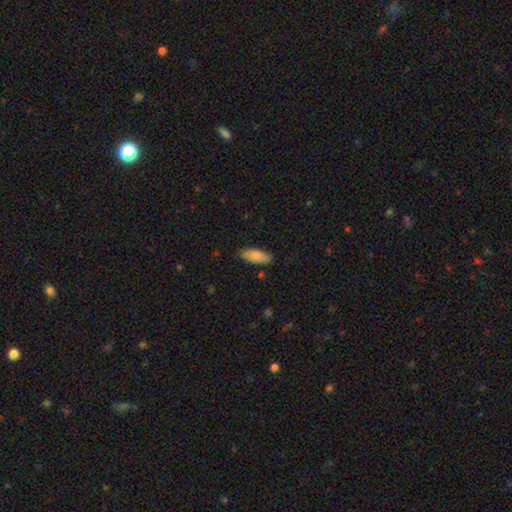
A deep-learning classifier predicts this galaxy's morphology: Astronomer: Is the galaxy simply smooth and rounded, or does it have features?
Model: smooth — 85%.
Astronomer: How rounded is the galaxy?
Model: in between — 75%.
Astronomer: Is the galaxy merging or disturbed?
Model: none — 82%.